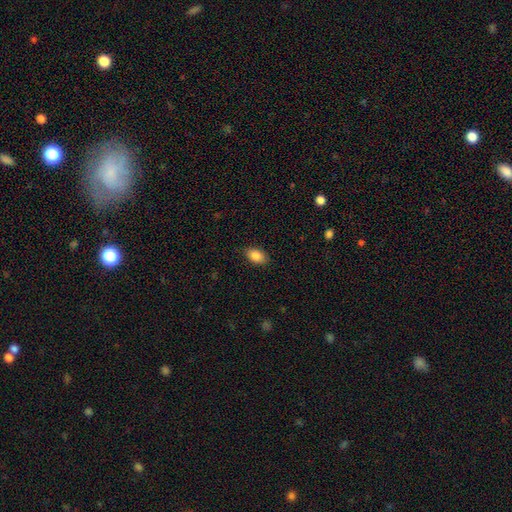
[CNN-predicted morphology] Smooth or featured? smooth (86%)
How rounded? in between (90%)
Merging? none (87%)